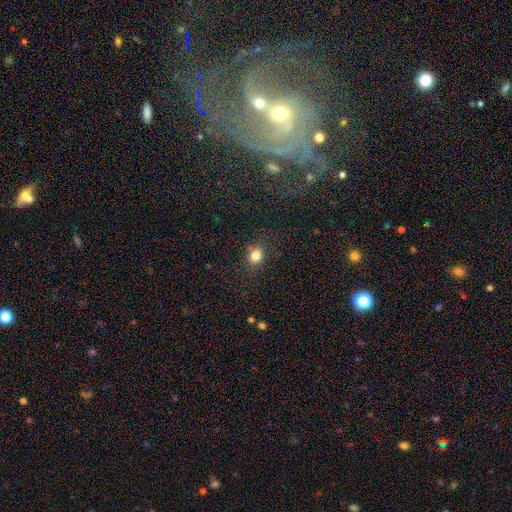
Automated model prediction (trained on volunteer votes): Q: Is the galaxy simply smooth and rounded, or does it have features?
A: smooth — 81%.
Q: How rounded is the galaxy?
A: round — 59%.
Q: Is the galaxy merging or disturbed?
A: none — 82%.